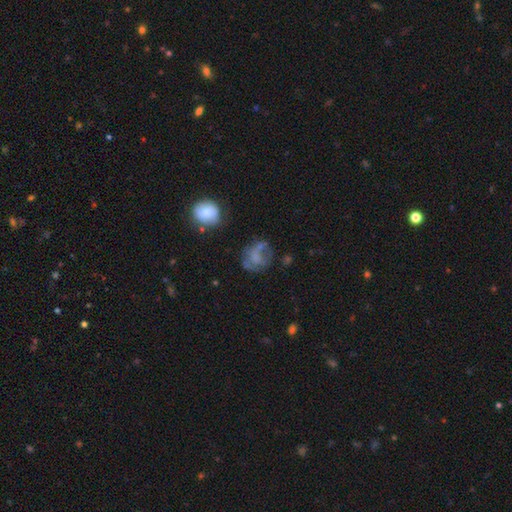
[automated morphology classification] A smooth galaxy with no disk features (44%). Merging: none (43%).